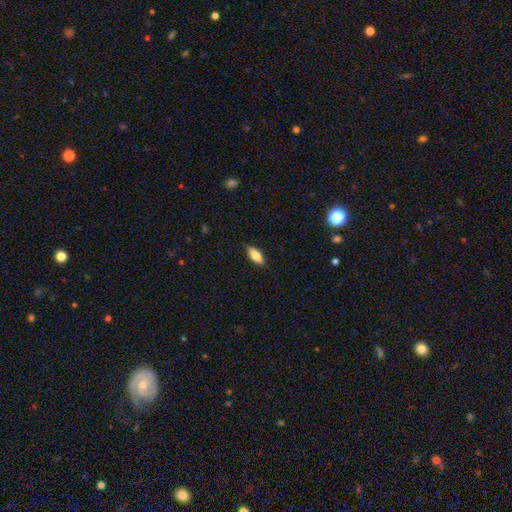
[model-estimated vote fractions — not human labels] Smooth or featured: smooth — 73% (featured or disk — 21%)
How rounded: in between — 75% (cigar-shaped — 22%)
Merging: none — 86% (minor disturbance — 11%)